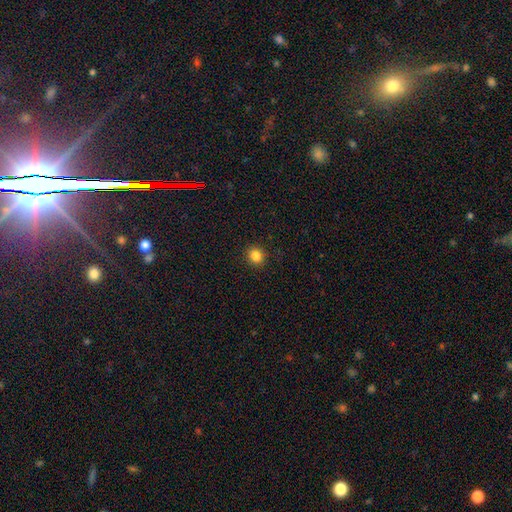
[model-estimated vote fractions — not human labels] This is clearly a smooth galaxy (84%). How rounded: likely round (79%). Merging: clearly none (90%).